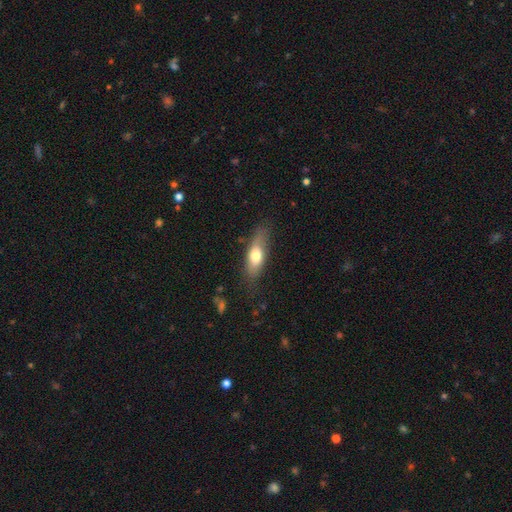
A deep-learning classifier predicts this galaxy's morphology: A smooth galaxy with no disk features (67%) that is in between round and cigar-shaped (62%).

Vote fractions:
- Smooth or featured? smooth: 67% / featured or disk: 26% / star or artifact: 7%
- How rounded? in between: 62% / cigar-shaped: 34% / round: 3%
- Merging? none: 70% / minor disturbance: 22% / major disturbance: 7% / merger: 2%